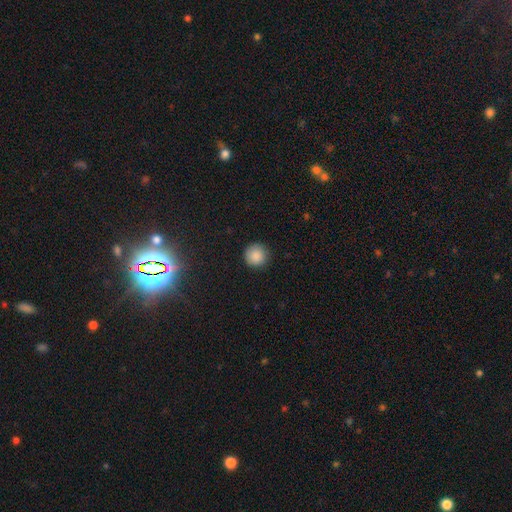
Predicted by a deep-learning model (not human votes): A smooth galaxy with no disk features (88%) that is round (96%).

Vote fractions:
- Smooth or featured? smooth: 88% / star or artifact: 9% / featured or disk: 3%
- How rounded? round: 96% / in between: 3% / cigar-shaped: 1%
- Merging? none: 90% / minor disturbance: 7% / major disturbance: 2% / merger: 1%